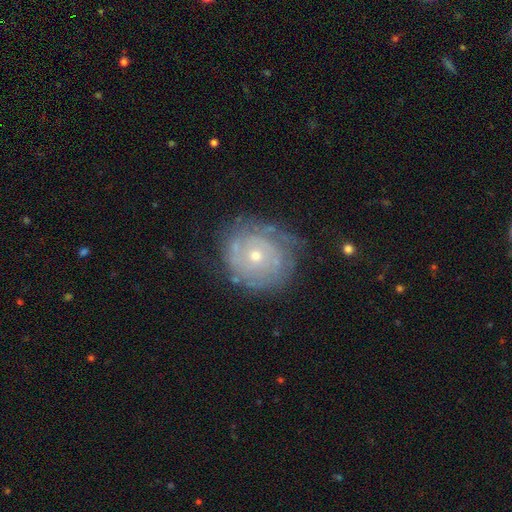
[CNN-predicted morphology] type=featured or disk (75%); edge-on=no (97%); bar=no (84%); spiral arms=yes (83%); winding=tight (78%); arm count=can't tell (50%); bulge=small (57%); merging=none (68%).